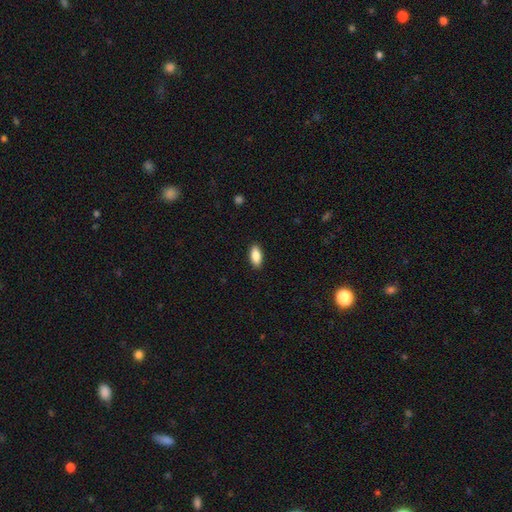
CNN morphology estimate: smooth_or_featured: smooth (p=0.88) [alt: star or artifact p=0.07]
how_rounded: in between (p=0.89) [alt: cigar-shaped p=0.09]
merging: none (p=0.90) [alt: minor disturbance p=0.07]